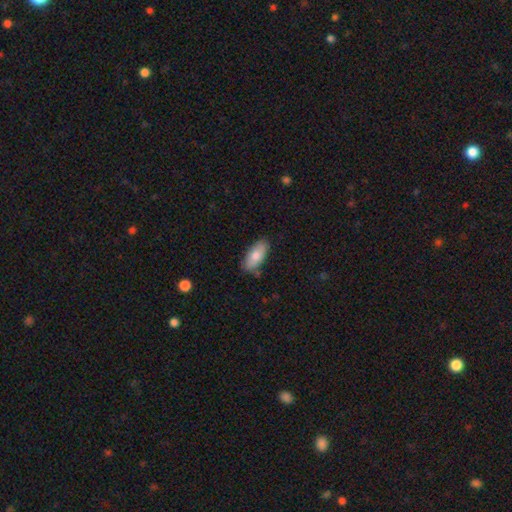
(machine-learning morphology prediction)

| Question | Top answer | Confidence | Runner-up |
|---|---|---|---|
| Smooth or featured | smooth | 78% | featured or disk (16%) |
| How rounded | in between | 89% | cigar-shaped (9%) |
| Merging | none | 80% | minor disturbance (15%) |